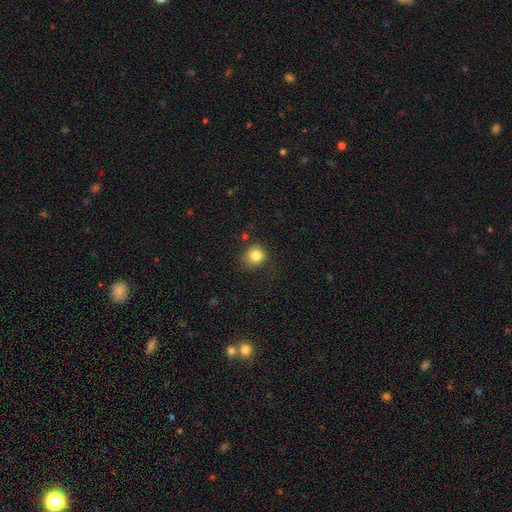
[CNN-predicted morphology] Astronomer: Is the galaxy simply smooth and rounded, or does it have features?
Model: smooth — 82%.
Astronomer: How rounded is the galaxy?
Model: round — 81%.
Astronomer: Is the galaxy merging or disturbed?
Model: none — 72%.